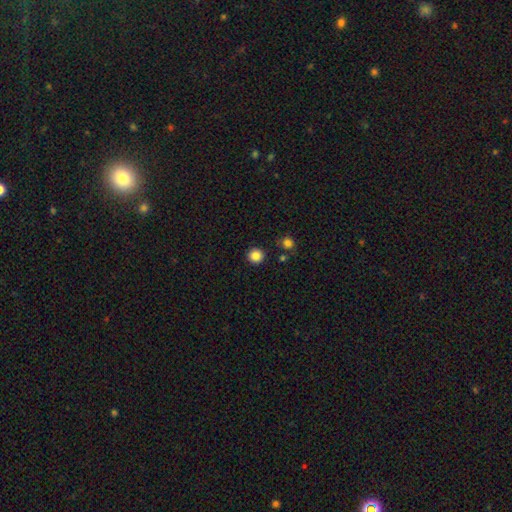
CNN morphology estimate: This appears to be a smooth galaxy with no disk features (85%) that is round (95%). Merging: none (91%).